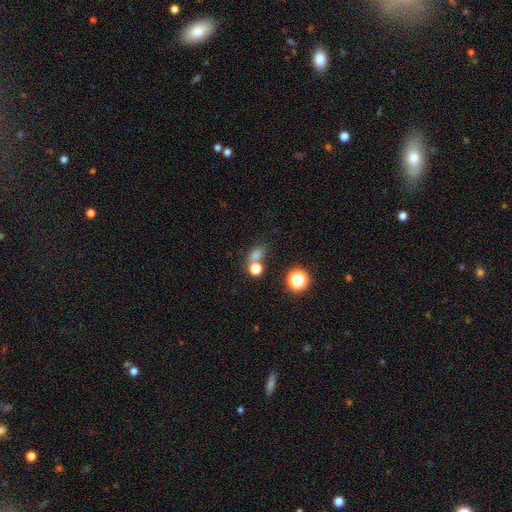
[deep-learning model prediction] This is likely a smooth galaxy (69%). How rounded: possibly round (50%). Merging: possibly none (49%).